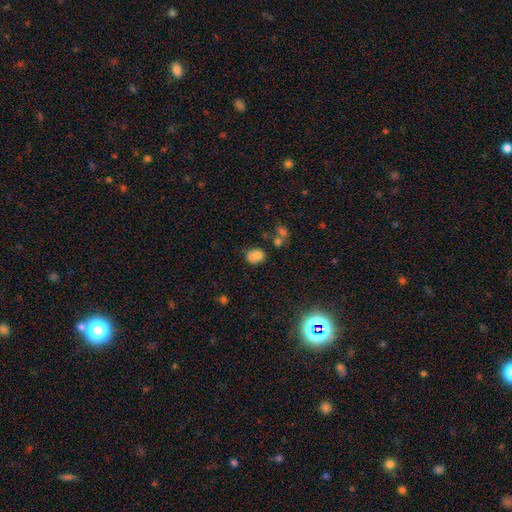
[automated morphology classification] Smooth or featured? smooth (71%)
How rounded? round (60%)
Merging? merger (45%)